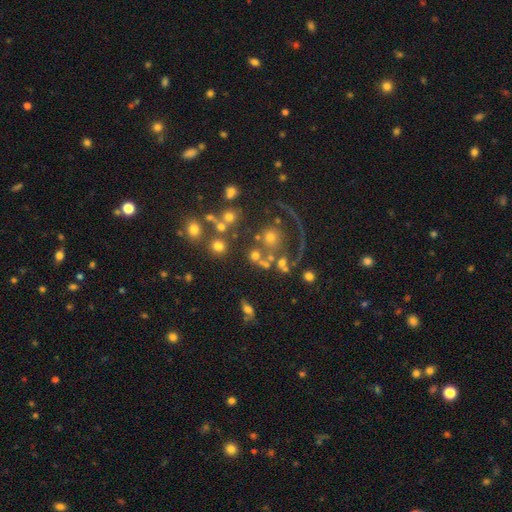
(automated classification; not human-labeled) smooth 60%, star or artifact 21%, featured or disk 19%. Down the decision tree: how rounded — round (85%); merging — none (59%).